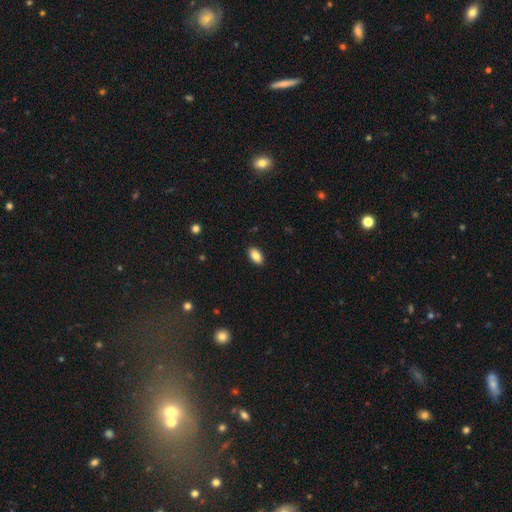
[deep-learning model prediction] A smooth galaxy with no disk features (86%) that is in between round and cigar-shaped (93%).

Vote fractions:
- Smooth or featured? smooth: 86% / star or artifact: 8% / featured or disk: 7%
- How rounded? in between: 93% / round: 5% / cigar-shaped: 3%
- Merging? none: 89% / minor disturbance: 8% / major disturbance: 2% / merger: 1%